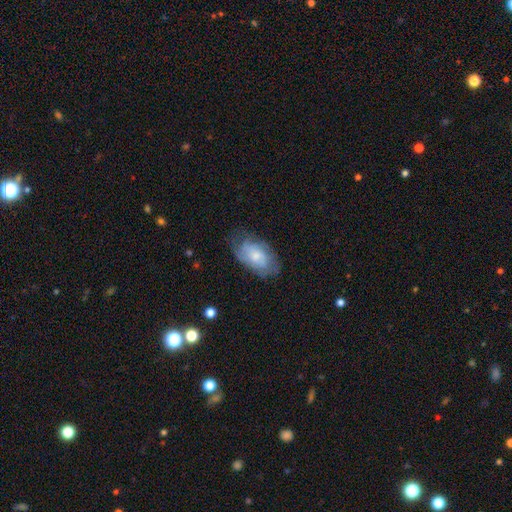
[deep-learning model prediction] smooth-or-featured: smooth: 55% | featured or disk: 38% | star or artifact: 7%
  how-rounded: in between: 92% | round: 6% | cigar-shaped: 2%
  merging: none: 60% | minor disturbance: 27% | major disturbance: 11% | merger: 1%